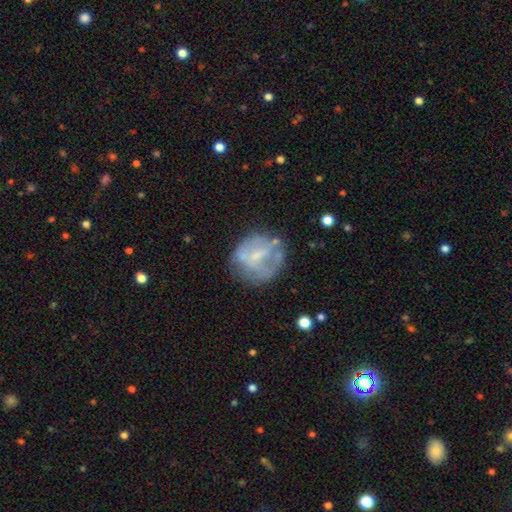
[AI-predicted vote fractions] The model was most divided on "bar": no: 46%, weak: 41%, strong: 14%. Remaining: edge-on disk — no (97%); spiral arms — no (69%); merging — none (53%); smooth or featured — featured or disk (53%); bulge size — small (48%).